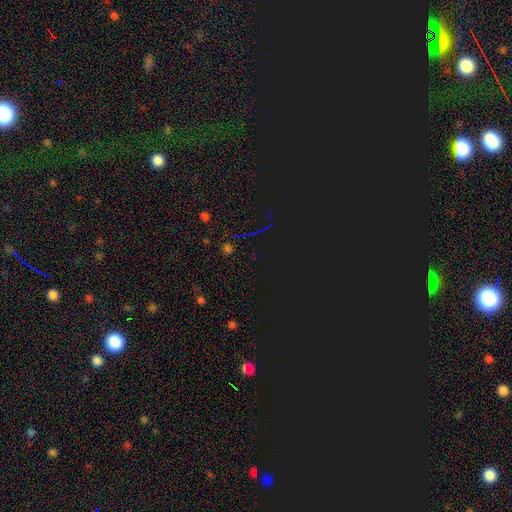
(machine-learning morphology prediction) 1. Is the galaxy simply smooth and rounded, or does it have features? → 79% star or artifact, 14% smooth, 7% featured or disk.